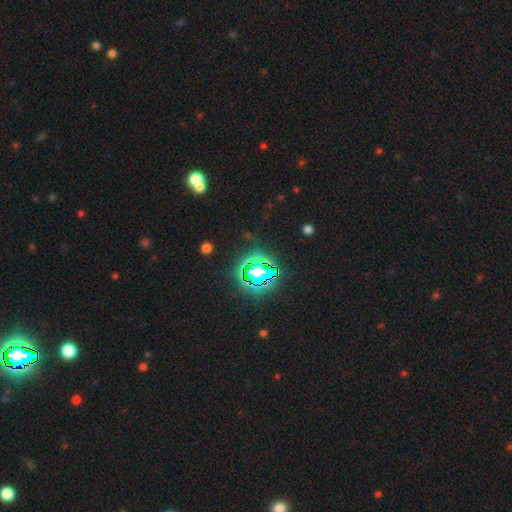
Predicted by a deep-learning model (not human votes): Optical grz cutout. It shows a star or artifact, not a galaxy (82%).